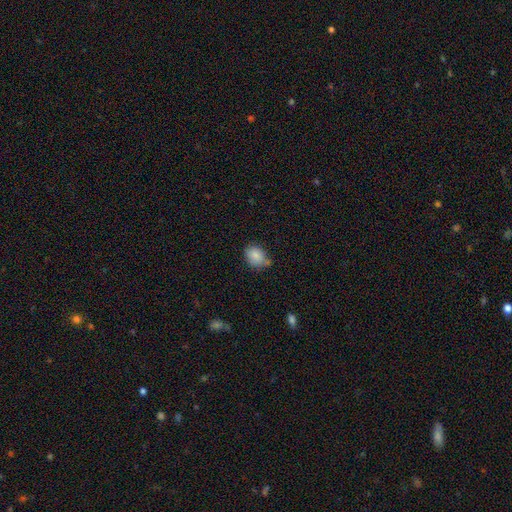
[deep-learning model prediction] smooth 85%, star or artifact 8%, featured or disk 7%. Down the decision tree: how rounded — in between (57%); merging — none (62%).